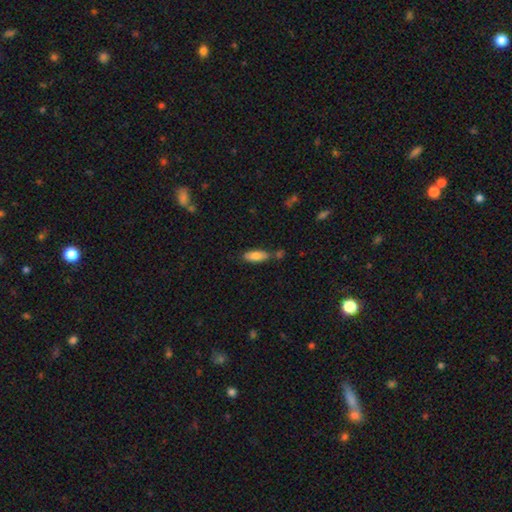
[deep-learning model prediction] The model was most divided on "how rounded": in between: 71%, cigar-shaped: 27%, round: 2%. More confident: smooth or featured — smooth (80%); merging — none (68%).